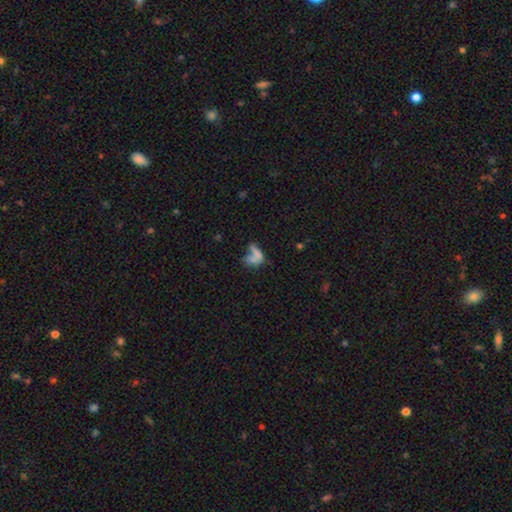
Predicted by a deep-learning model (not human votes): A smooth galaxy with no disk features (63%) that is in between round and cigar-shaped (62%).

Vote fractions:
- Smooth or featured? smooth: 63% / featured or disk: 22% / star or artifact: 15%
- How rounded? in between: 62% / cigar-shaped: 20% / round: 18%
- Merging? merger: 45% / none: 28% / major disturbance: 16% / minor disturbance: 12%